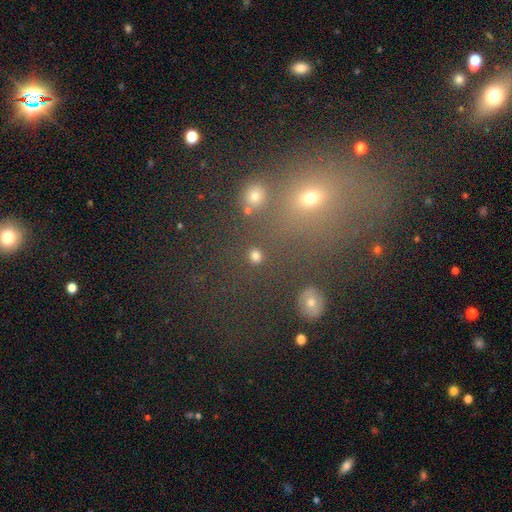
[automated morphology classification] A smooth galaxy with no disk features (53%) that is round (72%).

Vote fractions:
- Smooth or featured? smooth: 53% / star or artifact: 35% / featured or disk: 12%
- How rounded? round: 72% / in between: 25% / cigar-shaped: 3%
- Merging? none: 66% / merger: 14% / minor disturbance: 12% / major disturbance: 9%